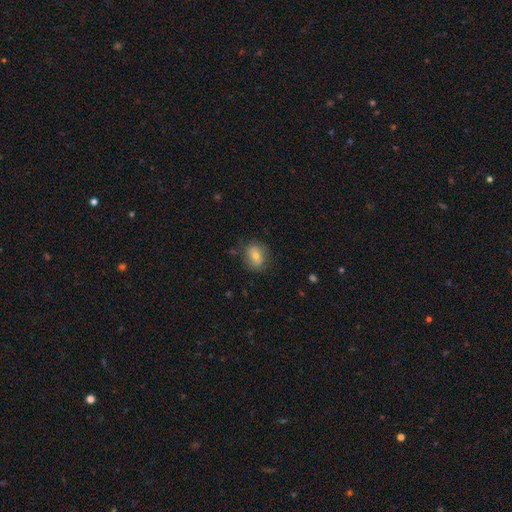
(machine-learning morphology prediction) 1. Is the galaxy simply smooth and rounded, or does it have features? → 65% smooth, 26% featured or disk, 9% star or artifact.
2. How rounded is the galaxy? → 56% round, 43% in between, 1% cigar-shaped.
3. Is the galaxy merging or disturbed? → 74% none, 18% minor disturbance, 6% major disturbance, 2% merger.